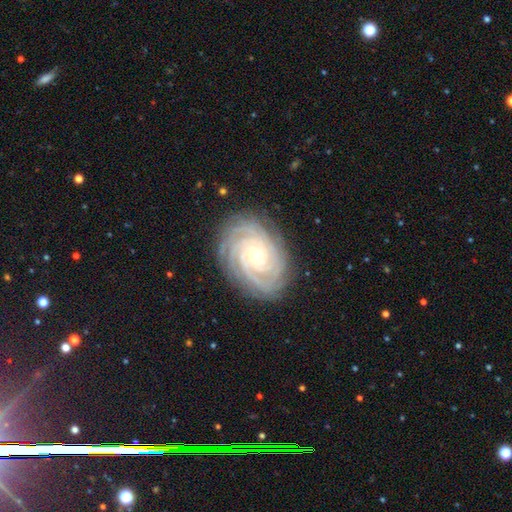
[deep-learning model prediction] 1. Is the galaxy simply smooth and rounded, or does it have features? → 90% featured or disk, 6% star or artifact, 5% smooth.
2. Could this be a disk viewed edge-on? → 97% no, 3% yes.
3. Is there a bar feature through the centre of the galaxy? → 74% no, 18% weak, 7% strong.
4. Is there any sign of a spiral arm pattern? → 98% yes, 2% no.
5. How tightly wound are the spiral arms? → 85% tight, 13% medium, 2% loose.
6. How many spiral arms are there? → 29% 4, 23% more than 4, 17% can't tell, 15% 3, 9% 2, 7% 1.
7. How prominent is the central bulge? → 61% small, 36% moderate, 1% large, 1% none, 1% dominant.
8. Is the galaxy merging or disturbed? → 84% none, 12% minor disturbance, 3% major disturbance, 1% merger.